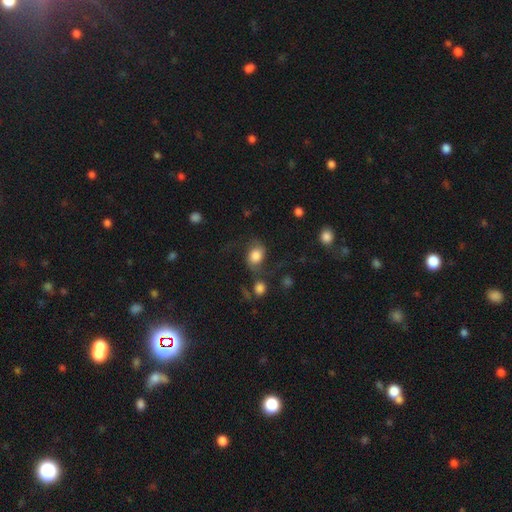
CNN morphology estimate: Smooth or featured?
  - smooth: 50% *
  - featured or disk: 40%
  - star or artifact: 10%
How rounded?
  - in between: 57% *
  - round: 41%
  - cigar-shaped: 2%
Merging?
  - none: 53% *
  - minor disturbance: 20%
  - major disturbance: 19%
  - merger: 8%